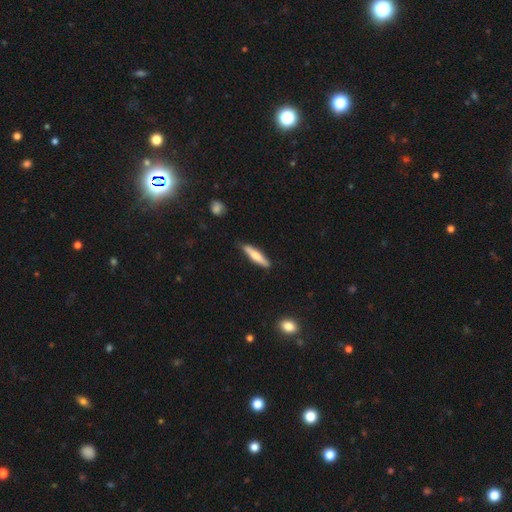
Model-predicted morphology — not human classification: Smooth or featured? Predicted: smooth (p=0.62). How rounded? Predicted: cigar-shaped (p=0.86). Merging? Predicted: none (p=0.85).